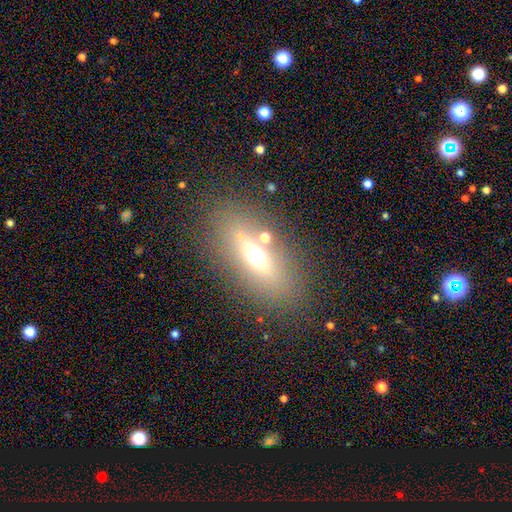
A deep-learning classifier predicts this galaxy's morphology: Smooth or featured?
  - smooth: 54% *
  - featured or disk: 27%
  - star or artifact: 19%
How rounded?
  - in between: 72% *
  - cigar-shaped: 16%
  - round: 11%
Merging?
  - none: 71% *
  - merger: 11%
  - minor disturbance: 11%
  - major disturbance: 7%